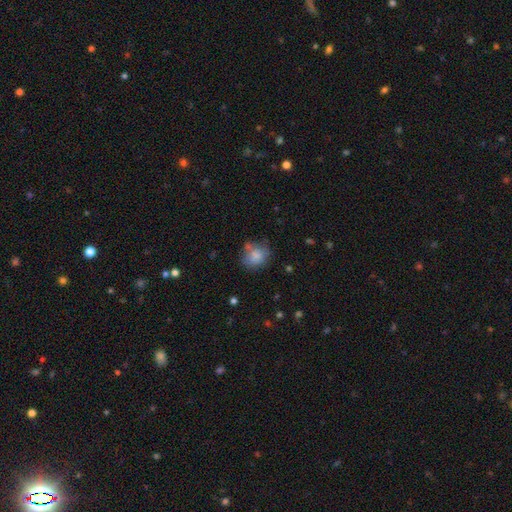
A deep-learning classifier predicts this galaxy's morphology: smooth 79%, featured or disk 12%, star or artifact 9%. Down the decision tree: how rounded — round (70%); merging — none (59%).